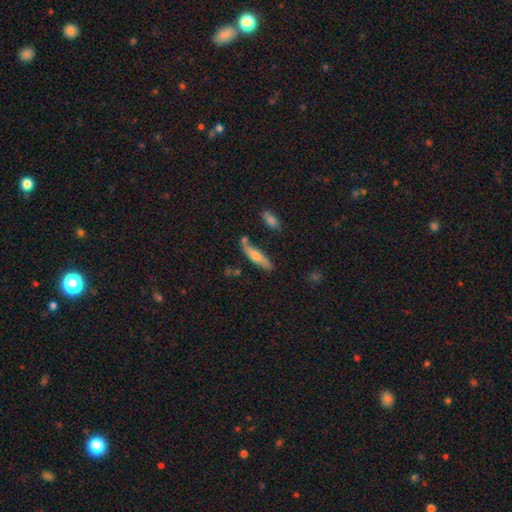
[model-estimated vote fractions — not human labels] A smooth galaxy with no disk features (59%) that is cigar-shaped (74%).

Vote fractions:
- Smooth or featured? smooth: 59% / featured or disk: 35% / star or artifact: 6%
- How rounded? cigar-shaped: 74% / in between: 24% / round: 2%
- Merging? none: 71% / minor disturbance: 17% / merger: 8% / major disturbance: 4%